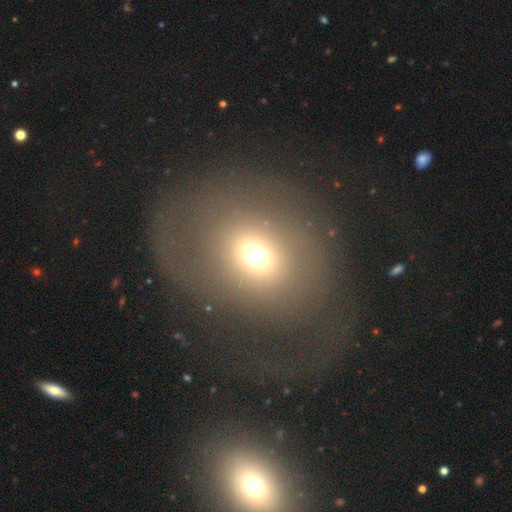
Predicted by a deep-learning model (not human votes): Morphology: type=smooth (58%); roundness=round (63%); merging=none (49%).